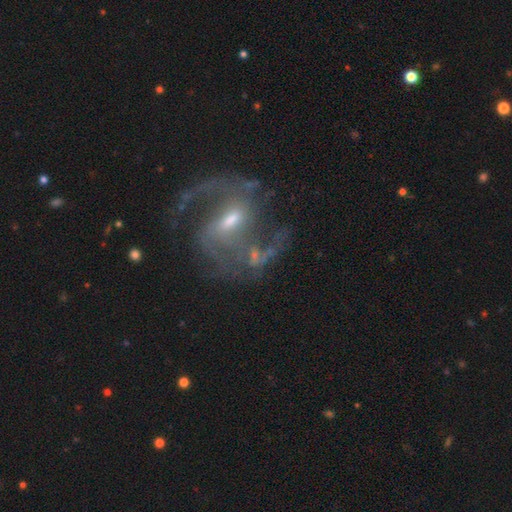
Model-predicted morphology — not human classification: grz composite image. It shows a featured or disk galaxy (87%) with a weak bar (56%), 2 (75%) medium (46%) spiral arms (95%) and a small central bulge (45%, tied with moderate). Merging: none (57%).